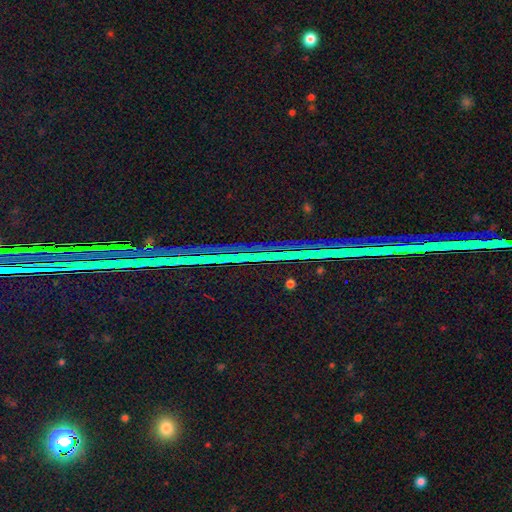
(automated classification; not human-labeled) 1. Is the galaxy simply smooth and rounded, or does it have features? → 78% star or artifact, 12% smooth, 10% featured or disk.